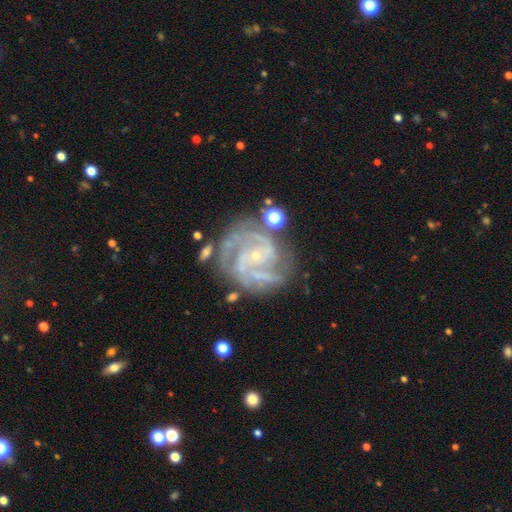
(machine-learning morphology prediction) featured or disk 84%, star or artifact 11%, smooth 6%. Down the decision tree: edge-on disk — no (98%); bar — weak (42%); spiral arms — yes (97%); spiral arm count — 2 (32%); spiral winding — tight (55%); bulge size — small (78%); merging — none (67%).